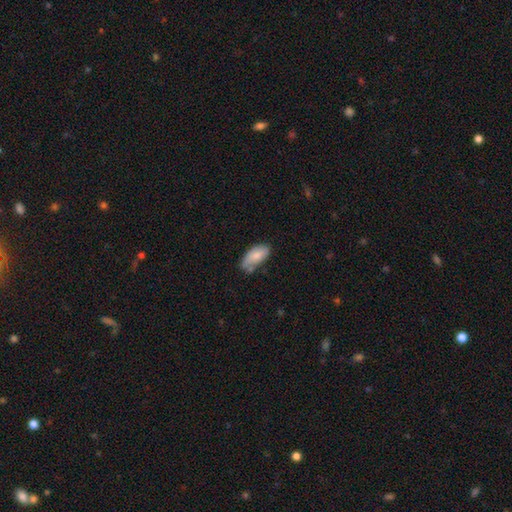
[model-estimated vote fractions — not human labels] smooth_or_featured: smooth (p=0.77) [alt: featured or disk p=0.17]
how_rounded: in between (p=0.92) [alt: cigar-shaped p=0.06]
merging: none (p=0.50) [alt: minor disturbance p=0.34]